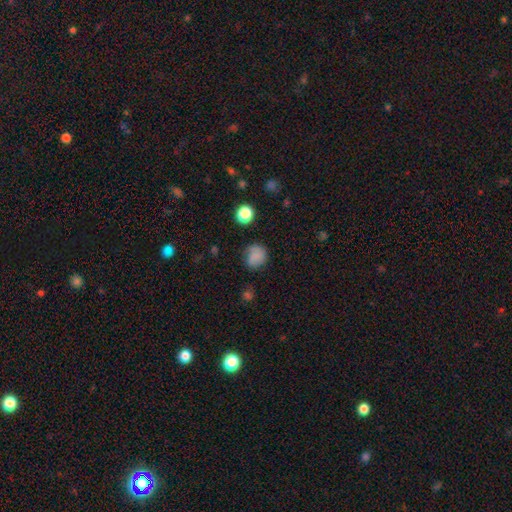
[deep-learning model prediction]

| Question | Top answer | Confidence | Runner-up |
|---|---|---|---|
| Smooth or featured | smooth | 75% | star or artifact (13%) |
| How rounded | round | 77% | in between (22%) |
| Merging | none | 66% | minor disturbance (23%) |